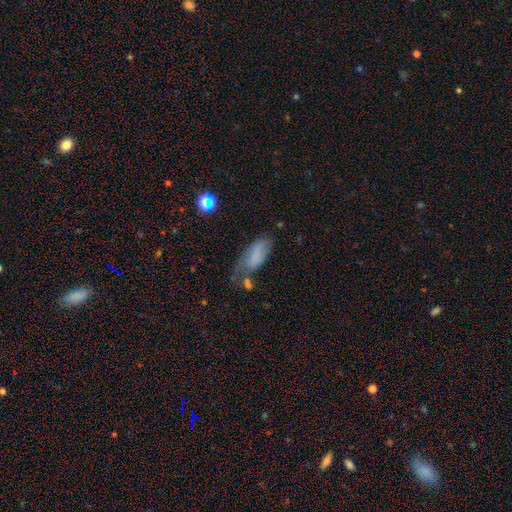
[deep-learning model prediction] Smooth or featured? smooth (69%)
How rounded? in between (82%)
Merging? none (40%)